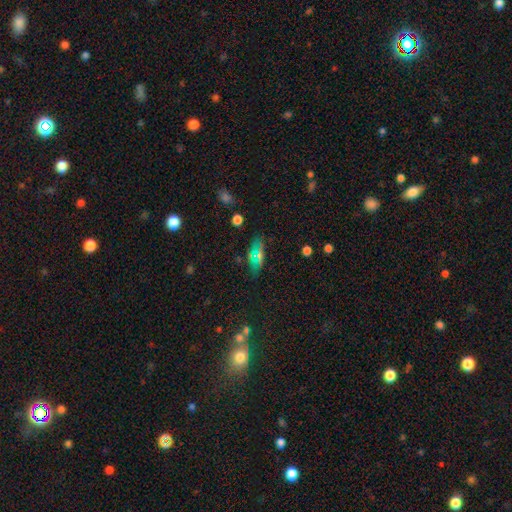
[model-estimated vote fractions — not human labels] Smooth or featured? Predicted: smooth (p=0.57). How rounded? Predicted: in between (p=0.80). Merging? Predicted: none (p=0.79).